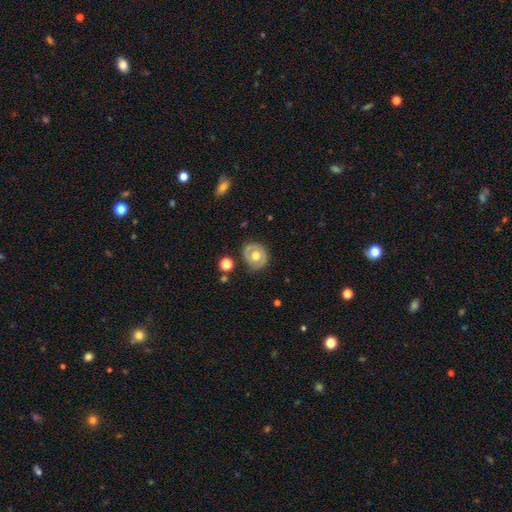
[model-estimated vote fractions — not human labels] Smooth or featured? Predicted: smooth (p=0.47). Merging? Predicted: none (p=0.80).